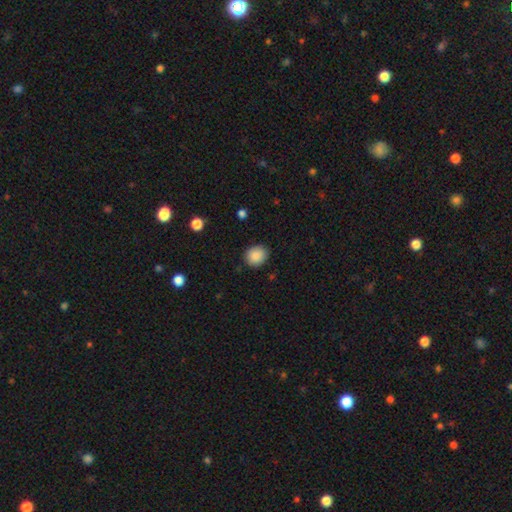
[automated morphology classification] This is clearly a smooth galaxy (87%). How rounded: likely round (74%). Merging: clearly none (87%).